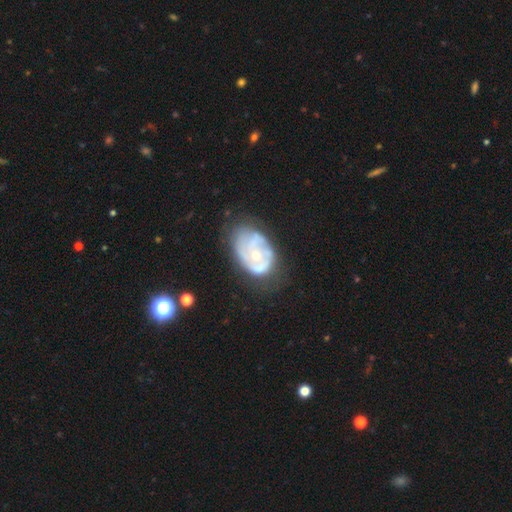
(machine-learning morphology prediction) Q: Smooth or featured?
A: featured or disk (71%); runner-up: smooth (23%)
Q: Edge-on disk?
A: no (97%); runner-up: yes (3%)
Q: Bar?
A: no (81%); runner-up: weak (16%)
Q: Spiral arms?
A: yes (56%); runner-up: no (44%)
Q: Bulge size?
A: small (54%); runner-up: moderate (41%)
Q: Merging?
A: none (41%); runner-up: minor disturbance (32%)